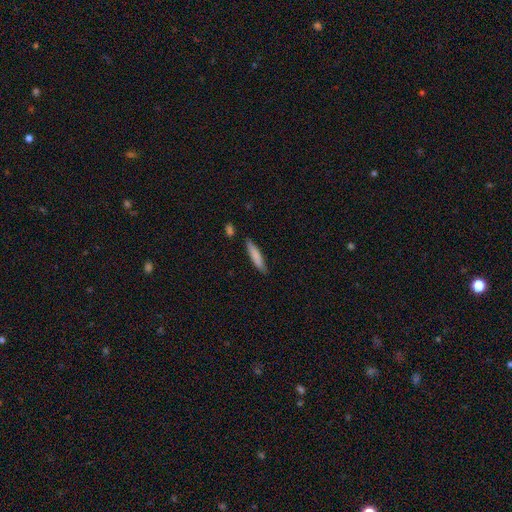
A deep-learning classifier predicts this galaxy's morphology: Smooth or featured? smooth (81%)
How rounded? cigar-shaped (85%)
Merging? none (82%)